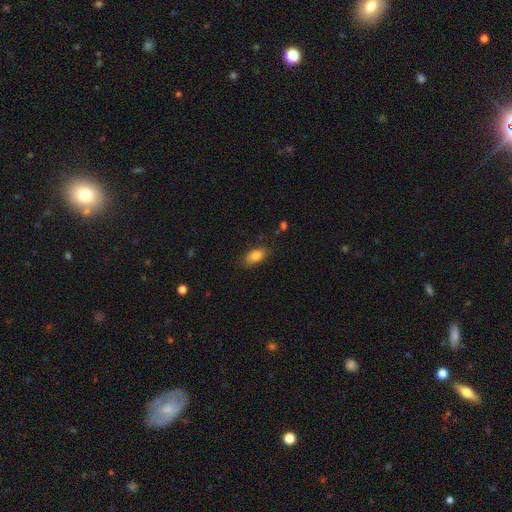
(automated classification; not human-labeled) smooth_or_featured: smooth (p=0.84) [alt: featured or disk p=0.08]
how_rounded: in between (p=0.89) [alt: cigar-shaped p=0.06]
merging: none (p=0.82) [alt: minor disturbance p=0.13]